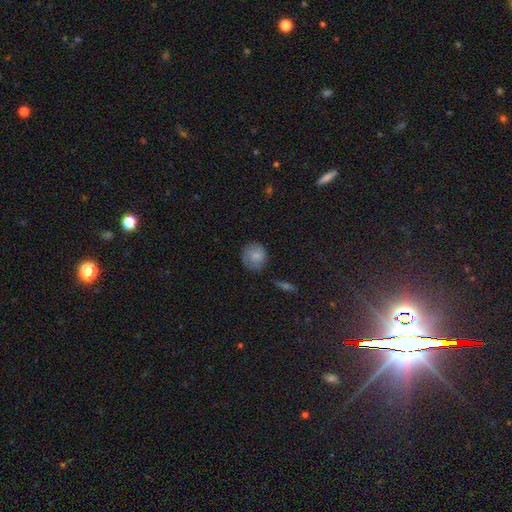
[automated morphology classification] smooth 79%, featured or disk 12%, star or artifact 8%. Down the decision tree: how rounded — round (84%); merging — none (70%).